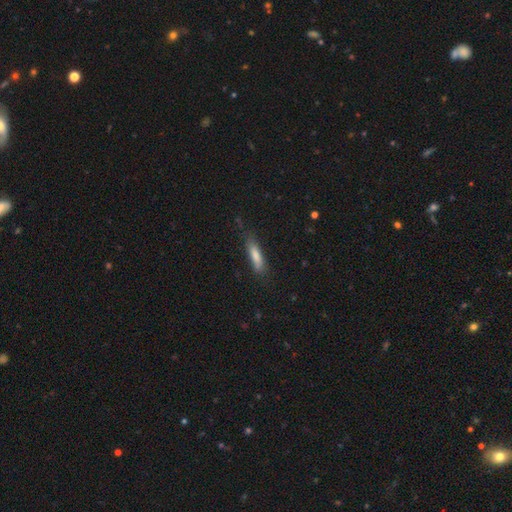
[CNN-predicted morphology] smooth-or-featured: smooth: 79% | featured or disk: 14% | star or artifact: 7%
  how-rounded: cigar-shaped: 70% | in between: 28% | round: 2%
  merging: none: 72% | minor disturbance: 20% | major disturbance: 5% | merger: 2%